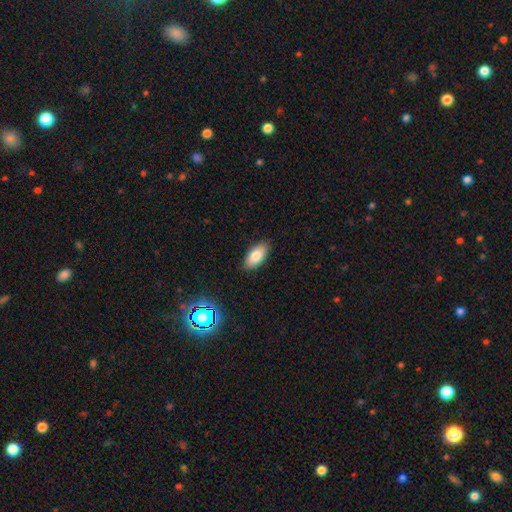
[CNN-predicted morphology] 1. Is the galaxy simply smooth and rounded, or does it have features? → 83% smooth, 10% featured or disk, 8% star or artifact.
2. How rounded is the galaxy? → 92% in between, 6% cigar-shaped, 3% round.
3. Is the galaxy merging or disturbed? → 86% none, 10% minor disturbance, 2% major disturbance, 1% merger.